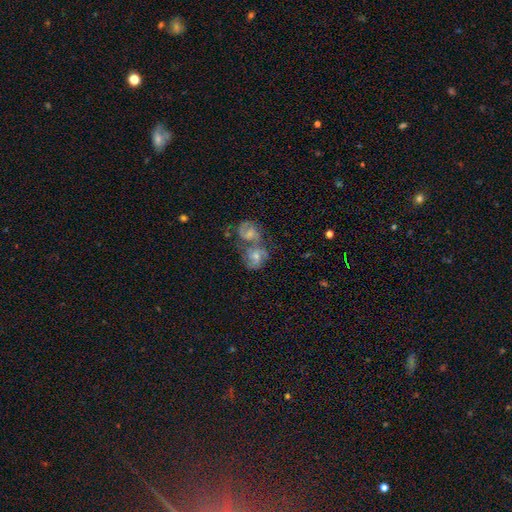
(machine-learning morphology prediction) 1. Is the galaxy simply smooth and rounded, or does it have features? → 71% featured or disk, 16% smooth, 12% star or artifact.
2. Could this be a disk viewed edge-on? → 97% no, 3% yes.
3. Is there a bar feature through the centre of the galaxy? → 58% no, 34% weak, 8% strong.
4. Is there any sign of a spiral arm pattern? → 91% yes, 9% no.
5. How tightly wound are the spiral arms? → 46% tight, 43% medium, 10% loose.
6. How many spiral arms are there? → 66% 2, 17% can't tell, 8% 3, 5% 1, 3% 4, 2% more than 4.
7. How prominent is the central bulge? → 54% moderate, 38% small, 4% large, 4% none, 1% dominant.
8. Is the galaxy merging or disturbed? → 56% merger, 30% none, 8% minor disturbance, 6% major disturbance.